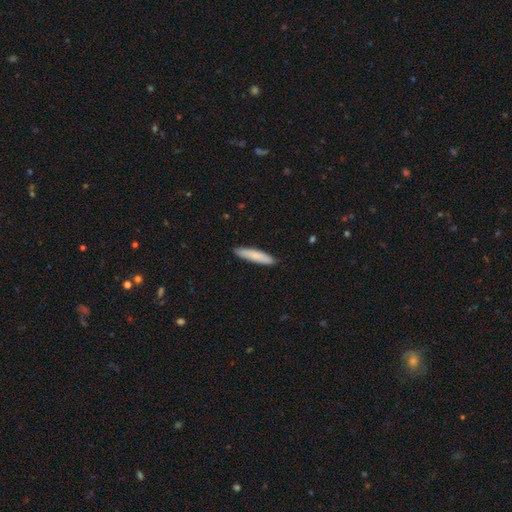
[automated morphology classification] A smooth galaxy with no disk features (81%) that is cigar-shaped (86%). Merging: none (90%).